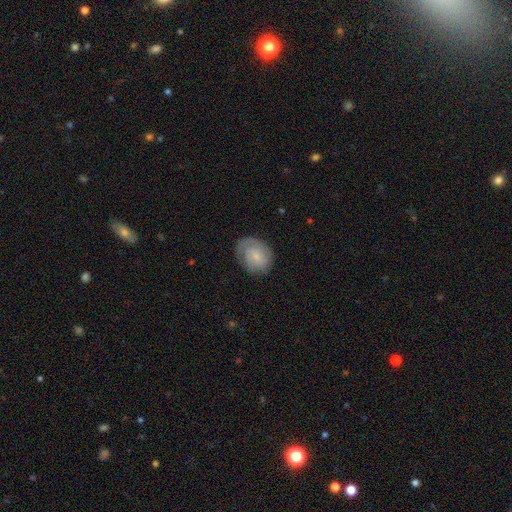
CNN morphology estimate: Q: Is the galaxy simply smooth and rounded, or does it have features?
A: featured or disk — 48%.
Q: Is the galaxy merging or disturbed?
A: none — 70%.